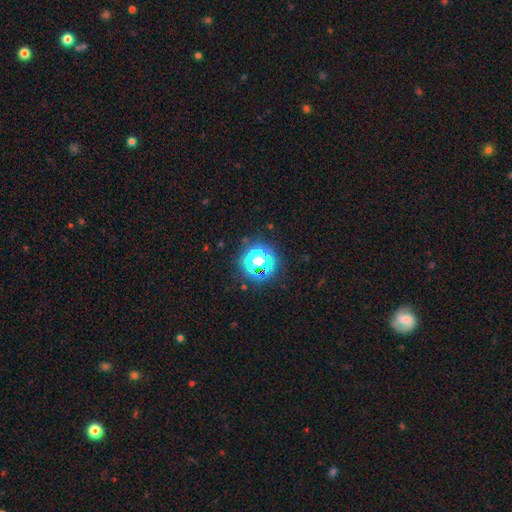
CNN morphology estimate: Smooth or featured? star or artifact (79%)